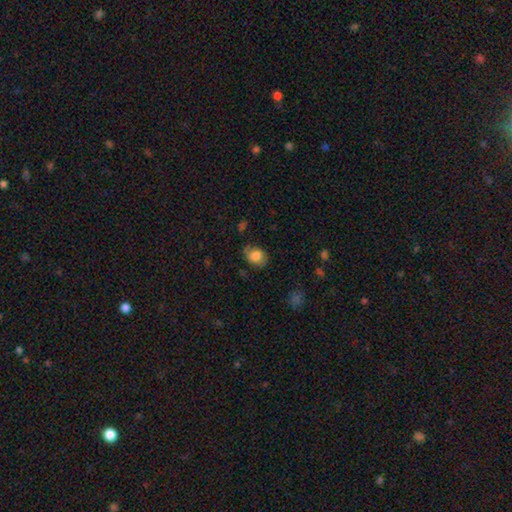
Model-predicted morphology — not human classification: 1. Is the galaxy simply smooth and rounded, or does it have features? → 72% smooth, 19% featured or disk, 9% star or artifact.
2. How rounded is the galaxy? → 59% in between, 40% round, 1% cigar-shaped.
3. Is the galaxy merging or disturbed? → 62% none, 28% minor disturbance, 9% major disturbance, 2% merger.